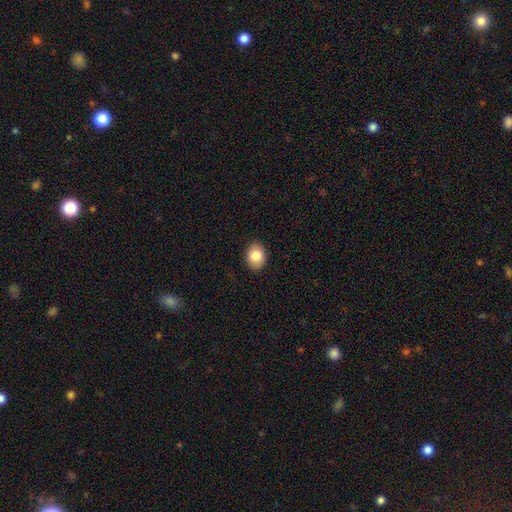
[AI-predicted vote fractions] smooth_or_featured: smooth (p=0.84) [alt: star or artifact p=0.08]
how_rounded: in between (p=0.62) [alt: round p=0.37]
merging: none (p=0.90) [alt: minor disturbance p=0.07]